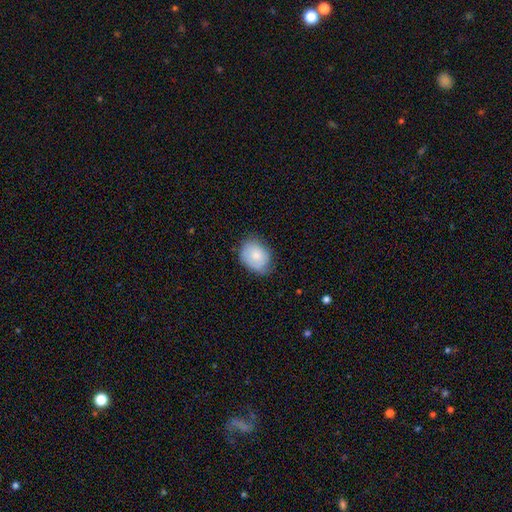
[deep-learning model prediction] A smooth galaxy with no disk features (74%) that is in between round and cigar-shaped (52%). Merging: none (64%).